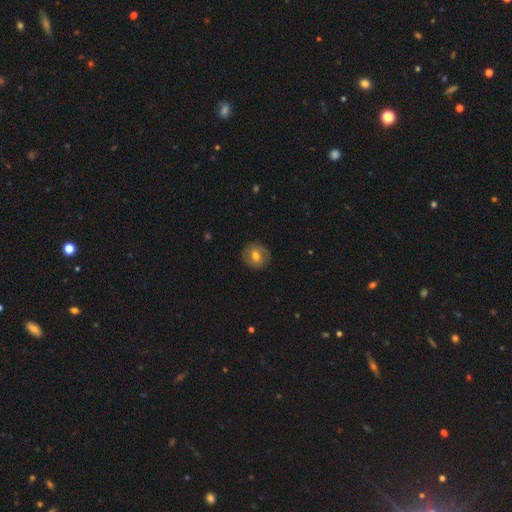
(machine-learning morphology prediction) A smooth galaxy with no disk features (60%) that is round (84%).

Vote fractions:
- Smooth or featured? smooth: 60% / featured or disk: 32% / star or artifact: 8%
- How rounded? round: 84% / in between: 15% / cigar-shaped: 1%
- Merging? none: 87% / minor disturbance: 9% / major disturbance: 3% / merger: 1%